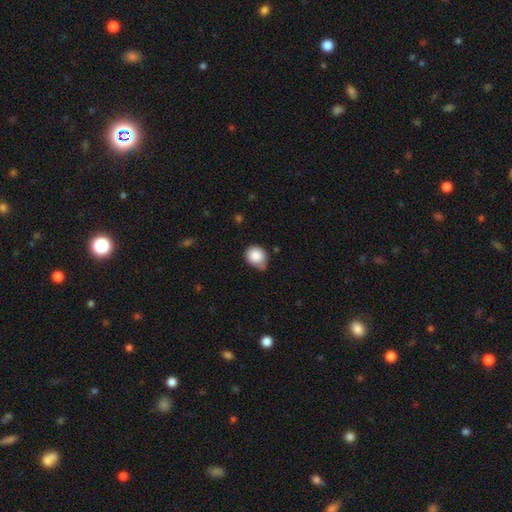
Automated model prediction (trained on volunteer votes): Smooth or featured? Predicted: smooth (p=0.87). How rounded? Predicted: round (p=0.70). Merging? Predicted: none (p=0.54).